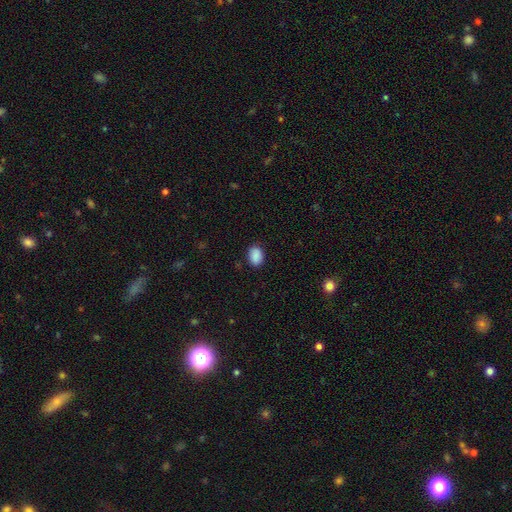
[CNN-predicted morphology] Smooth or featured?
  - smooth: 89% *
  - star or artifact: 8%
  - featured or disk: 3%
How rounded?
  - in between: 78% *
  - round: 21%
  - cigar-shaped: 1%
Merging?
  - none: 87% *
  - minor disturbance: 9%
  - major disturbance: 2%
  - merger: 1%